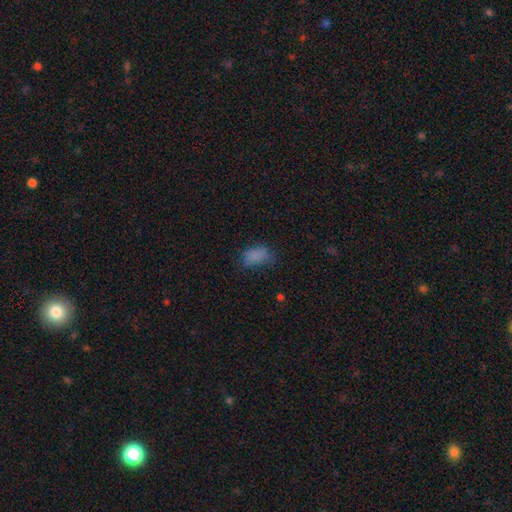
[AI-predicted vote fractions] Smooth or featured? smooth (78%)
How rounded? in between (89%)
Merging? none (57%)